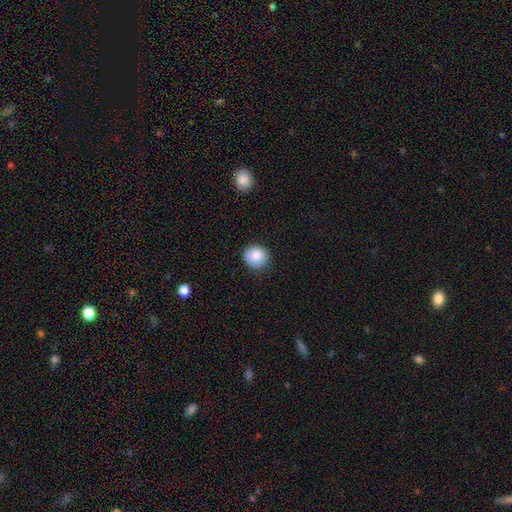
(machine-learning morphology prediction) smooth 85%, star or artifact 8%, featured or disk 7%. Down the decision tree: how rounded — round (90%); merging — none (85%).